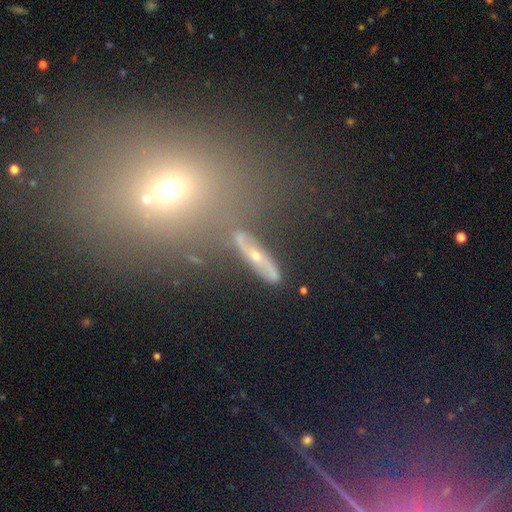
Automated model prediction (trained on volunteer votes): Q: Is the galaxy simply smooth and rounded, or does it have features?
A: featured or disk — 40%.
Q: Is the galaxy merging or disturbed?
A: none — 64%.